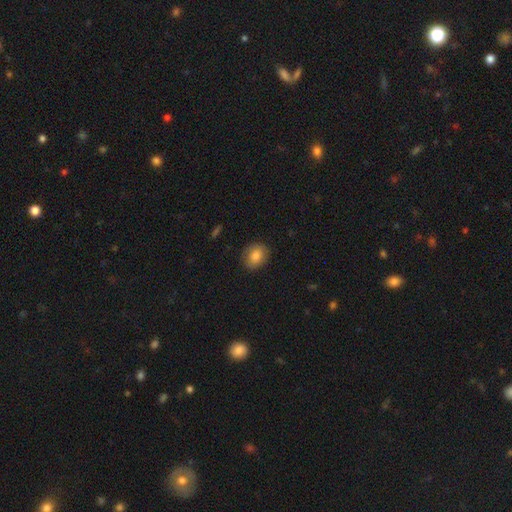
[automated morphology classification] This is clearly a smooth galaxy (83%). How rounded: possibly round (53%). Merging: clearly none (83%).